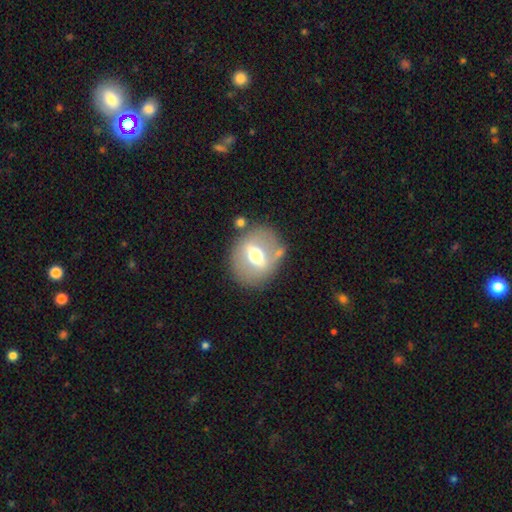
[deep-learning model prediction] Q: Smooth or featured?
A: featured or disk (56%); runner-up: smooth (36%)
Q: Edge-on disk?
A: no (77%); runner-up: yes (23%)
Q: Merging?
A: none (76%); runner-up: minor disturbance (13%)